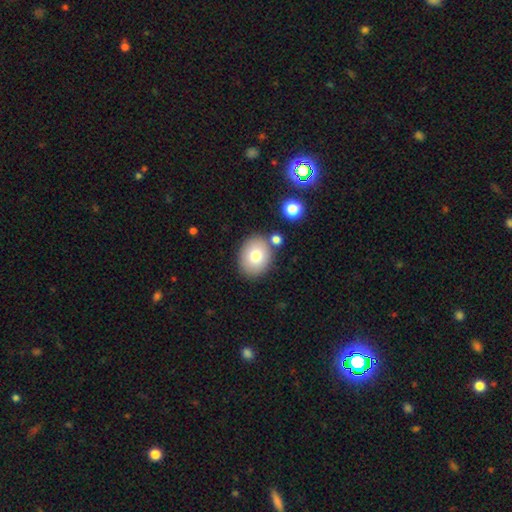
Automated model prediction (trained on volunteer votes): A smooth galaxy with no disk features (77%) that is in between round and cigar-shaped (52%). Merging: none (78%).